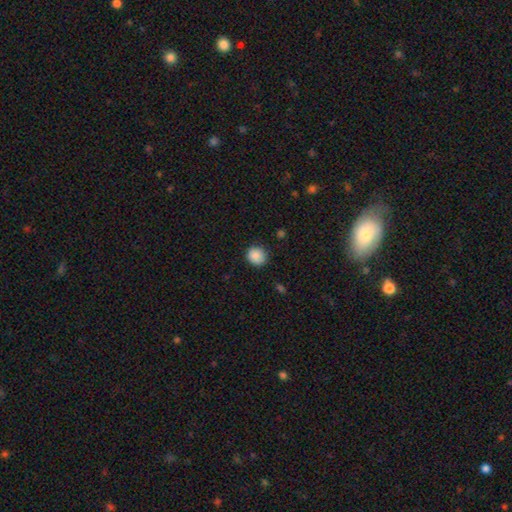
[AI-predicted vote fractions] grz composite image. It shows a smooth galaxy with no disk features (88%) that is round (83%). Merging: none (85%).